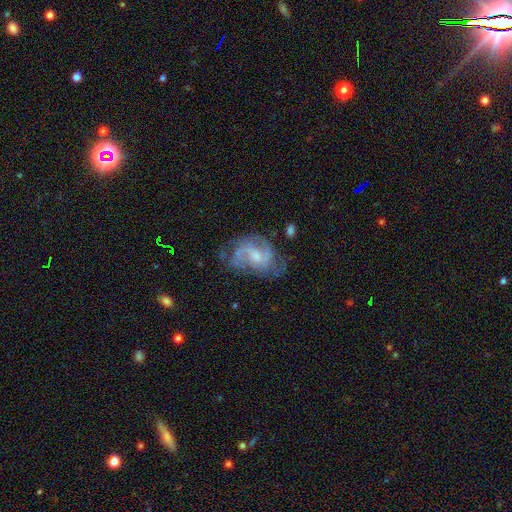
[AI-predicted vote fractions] smooth-or-featured: featured or disk: 76% | smooth: 16% | star or artifact: 7%
  disk-edge-on: no: 97% | yes: 3%
    bar: no: 53% | weak: 40% | strong: 6%
    has-spiral-arms: yes: 86% | no: 14%
      spiral-winding: medium: 47% | tight: 31% | loose: 22%
      spiral-arm-count: 2: 45% | can't tell: 27% | 3: 15% | 1: 5% | 4: 4% | more than 4: 3%
    bulge-size: small: 51% | moderate: 38% | none: 7% | large: 3% | dominant: 1%
  merging: none: 52% | minor disturbance: 25% | major disturbance: 19% | merger: 3%